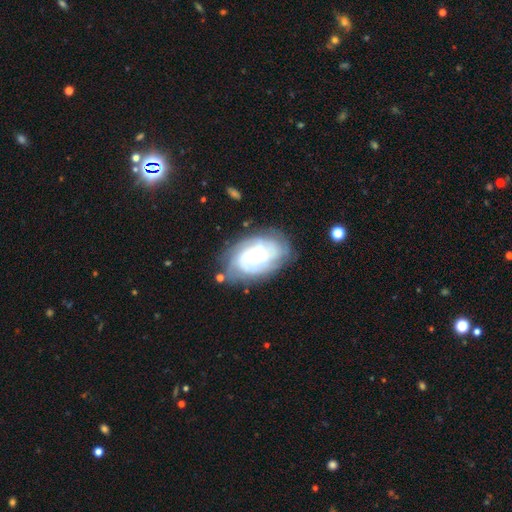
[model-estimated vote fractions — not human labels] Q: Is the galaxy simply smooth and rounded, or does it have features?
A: featured or disk — 79%.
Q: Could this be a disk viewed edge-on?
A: no — 96%.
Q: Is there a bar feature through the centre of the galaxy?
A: no — 65%.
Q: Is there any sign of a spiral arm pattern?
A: yes — 94%.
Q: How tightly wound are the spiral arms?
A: tight — 65%.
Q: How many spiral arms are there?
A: can't tell — 38%.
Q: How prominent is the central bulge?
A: small — 53%.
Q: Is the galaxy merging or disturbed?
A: none — 74%.